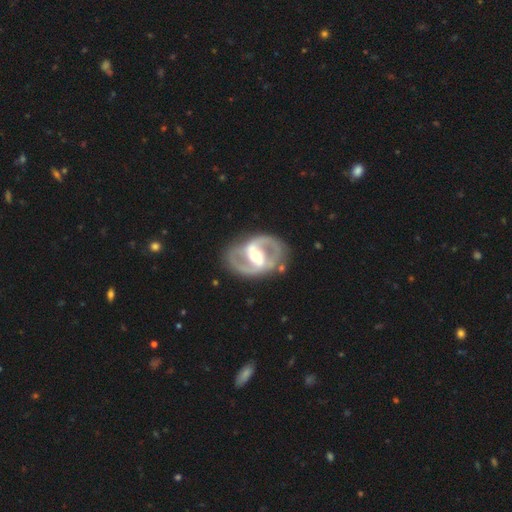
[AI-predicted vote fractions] This is clearly a featured or disk galaxy (87%). It is clearly not viewed edge-on (97%). Bar: possibly strong (54%). Spiral arm pattern: clearly yes (84%). Spiral arm count: clearly 2 (91%). Spiral winding: possibly medium (55%). Central bulge: likely moderate (71%). Merging: likely none (79%).